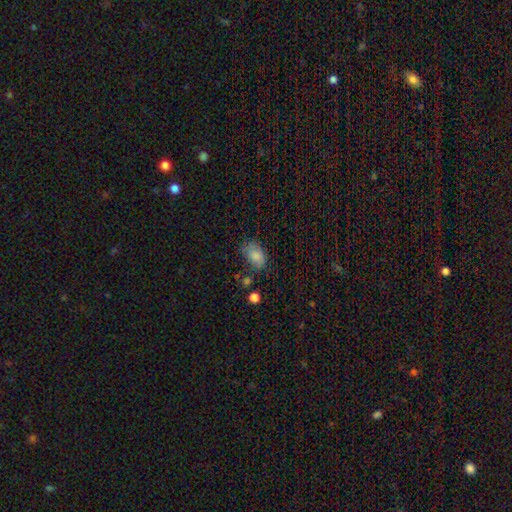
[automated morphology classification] smooth-or-featured: smooth: 81% | star or artifact: 11% | featured or disk: 8%
  how-rounded: in between: 82% | round: 17% | cigar-shaped: 1%
  merging: none: 56% | minor disturbance: 28% | major disturbance: 11% | merger: 4%